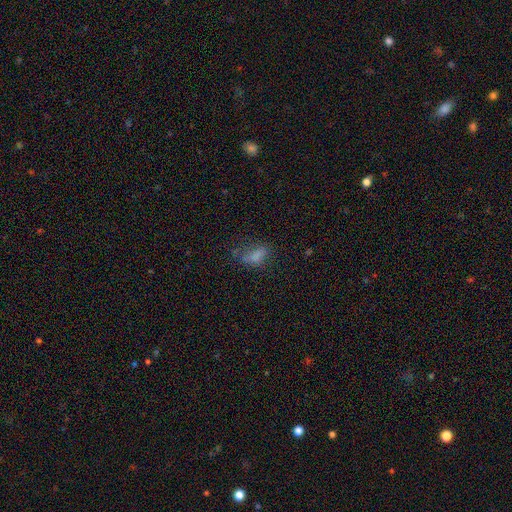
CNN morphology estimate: Overall: smooth (70%). How rounded: in between (81%). Merging: none (46%; minor disturbance 27%).